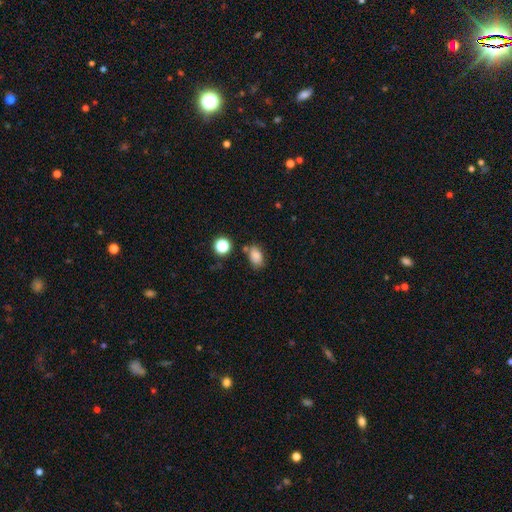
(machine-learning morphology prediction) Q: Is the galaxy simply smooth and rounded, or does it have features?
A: smooth — 77%.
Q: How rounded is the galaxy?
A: in between — 81%.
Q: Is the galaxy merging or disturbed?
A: none — 65%.